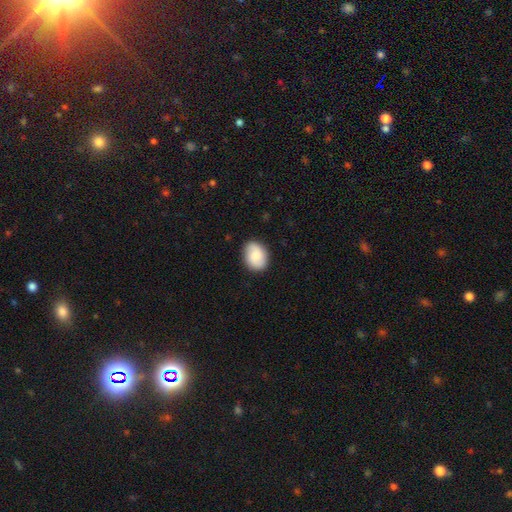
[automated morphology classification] smooth_or_featured: smooth (p=0.63) [alt: featured or disk p=0.30]
how_rounded: in between (p=0.58) [alt: round p=0.41]
merging: none (p=0.85) [alt: minor disturbance p=0.11]